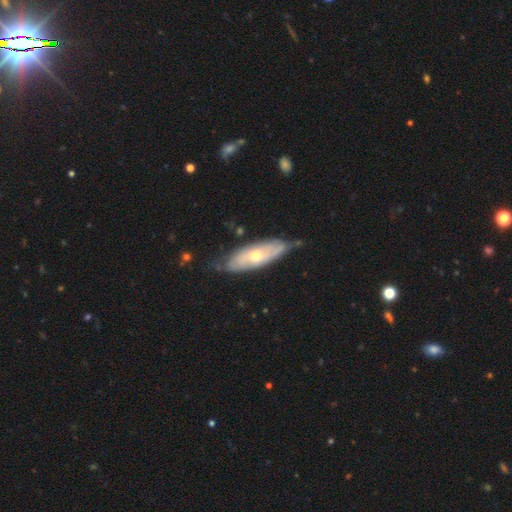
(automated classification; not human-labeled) A featured or disk galaxy (62%). Merging: none (68%).